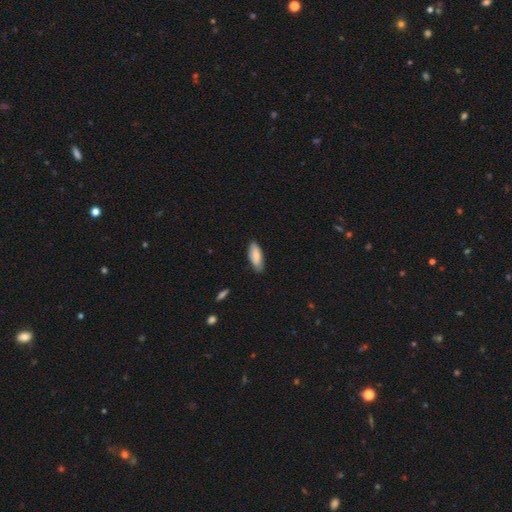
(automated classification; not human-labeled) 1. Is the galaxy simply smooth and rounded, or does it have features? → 79% smooth, 15% featured or disk, 6% star or artifact.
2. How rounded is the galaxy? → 76% in between, 22% cigar-shaped, 2% round.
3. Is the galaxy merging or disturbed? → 77% none, 19% minor disturbance, 3% major disturbance, 1% merger.